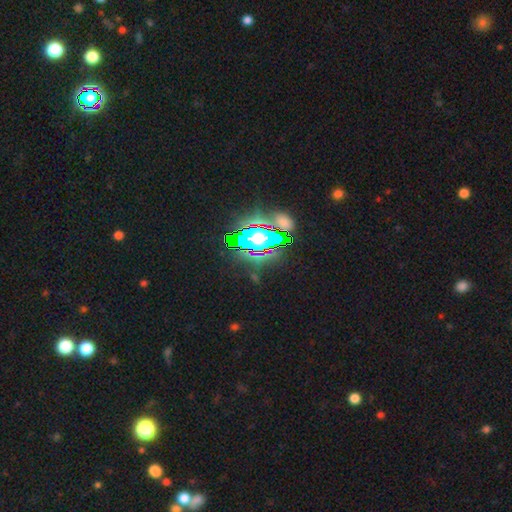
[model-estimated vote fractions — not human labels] Overall: star or artifact (82%).